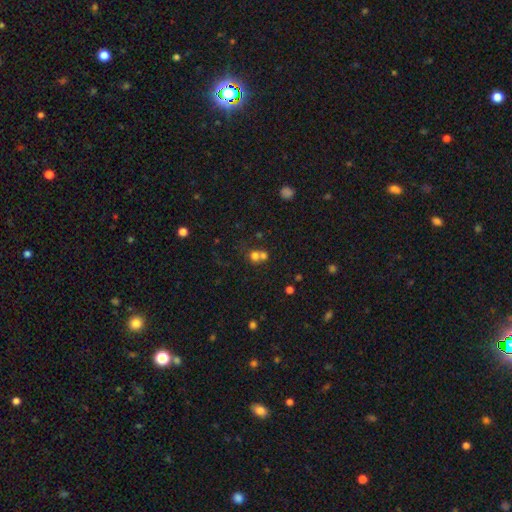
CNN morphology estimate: Smooth or featured: smooth — 69% (star or artifact — 17%)
How rounded: round — 80% (in between — 19%)
Merging: merger — 56% (none — 35%)